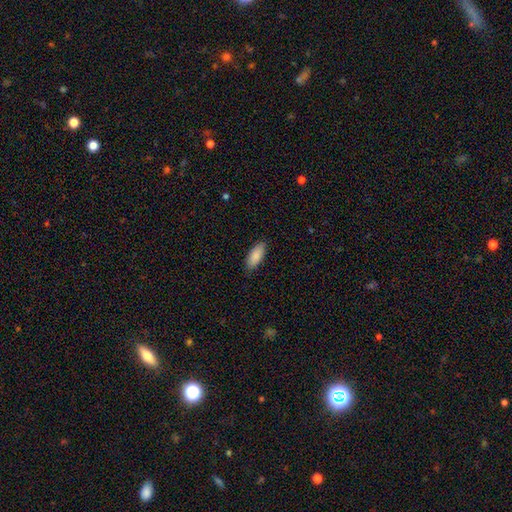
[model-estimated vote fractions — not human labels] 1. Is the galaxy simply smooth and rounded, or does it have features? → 88% smooth, 6% featured or disk, 6% star or artifact.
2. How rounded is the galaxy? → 81% in between, 17% cigar-shaped, 2% round.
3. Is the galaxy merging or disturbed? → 86% none, 11% minor disturbance, 2% major disturbance, 1% merger.